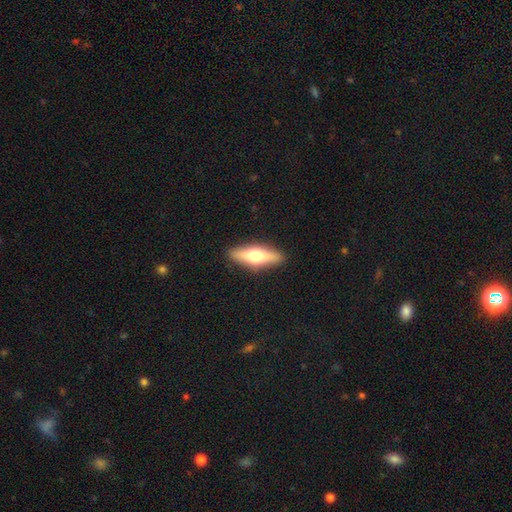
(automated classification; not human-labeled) smooth 50%, featured or disk 44%, star or artifact 6%. Down the decision tree: how rounded — cigar-shaped (56%); merging — none (89%).